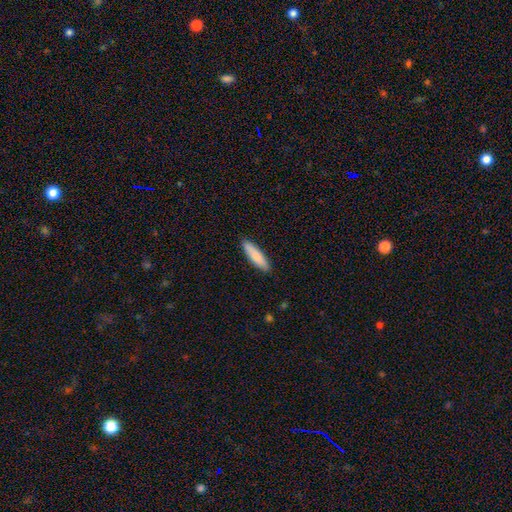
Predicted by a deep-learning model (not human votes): A smooth galaxy with no disk features (81%) that is cigar-shaped (66%). Merging: none (89%).